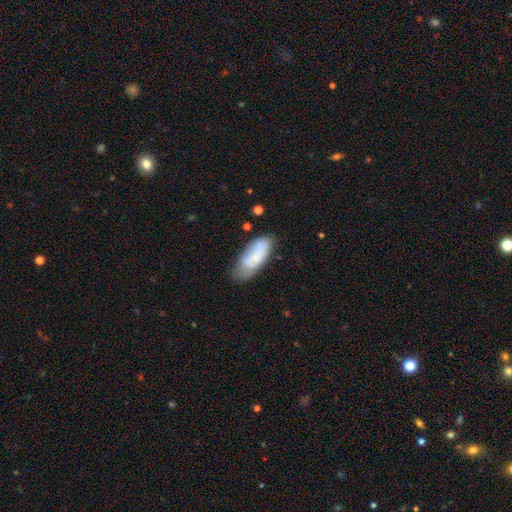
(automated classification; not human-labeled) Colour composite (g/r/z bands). It shows a smooth galaxy with no disk features (64%) that is in between round and cigar-shaped (82%). Merging: none (56%).